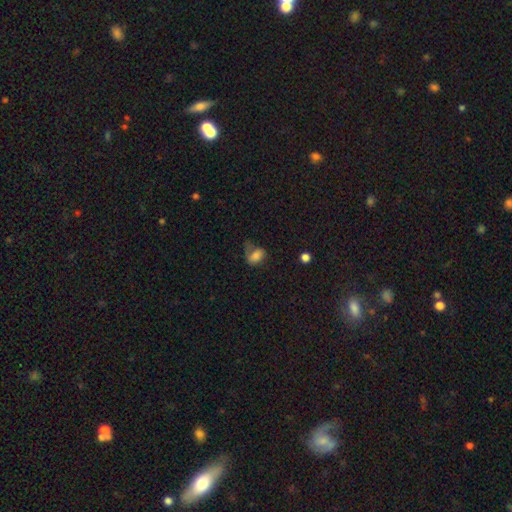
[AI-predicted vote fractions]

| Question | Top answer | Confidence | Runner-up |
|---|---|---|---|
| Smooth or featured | smooth | 75% | featured or disk (14%) |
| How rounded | in between | 79% | round (19%) |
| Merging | major disturbance | 35% | none (30%) |